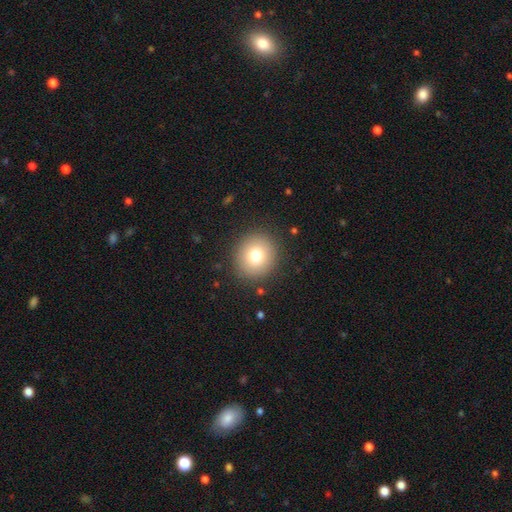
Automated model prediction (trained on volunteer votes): Smooth or featured: smooth — 76% (featured or disk — 13%)
How rounded: round — 91% (in between — 8%)
Merging: none — 90% (minor disturbance — 7%)